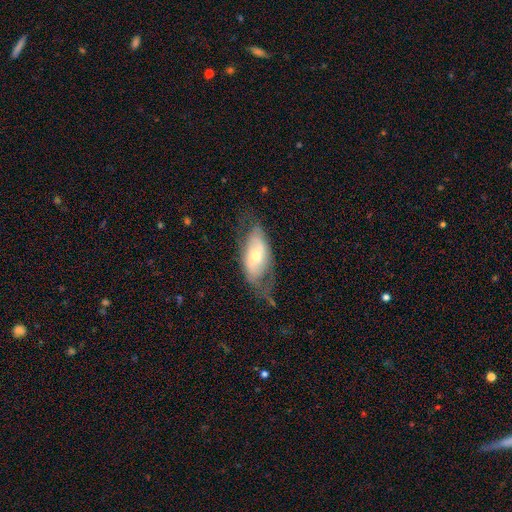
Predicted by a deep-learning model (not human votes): Smooth or featured: featured or disk — 54% (smooth — 39%)
Edge-on disk: no — 87% (yes — 13%)
Merging: none — 51% (minor disturbance — 28%)